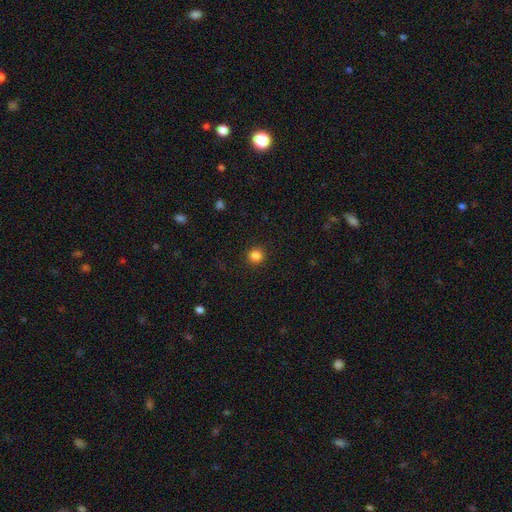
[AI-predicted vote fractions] A smooth galaxy with no disk features (84%) that is round (94%). Merging: none (92%).